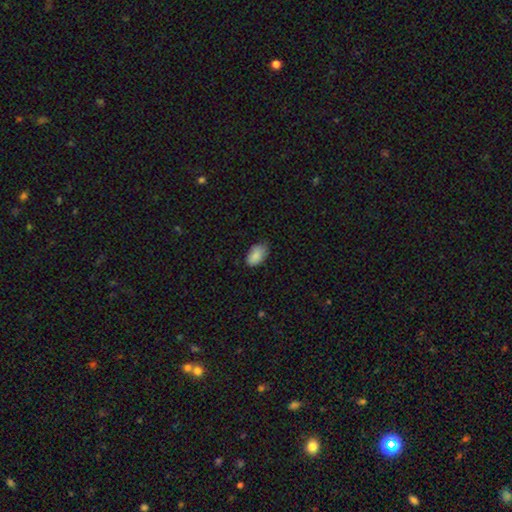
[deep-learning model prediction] Smooth or featured: smooth — 88% (star or artifact — 7%)
How rounded: in between — 93% (round — 6%)
Merging: none — 67% (minor disturbance — 28%)